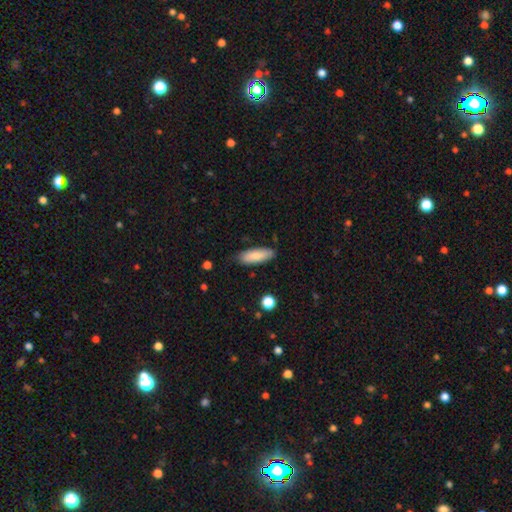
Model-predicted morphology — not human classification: Smooth or featured? Predicted: smooth (p=0.83). How rounded? Predicted: in between (p=0.62). Merging? Predicted: none (p=0.81).